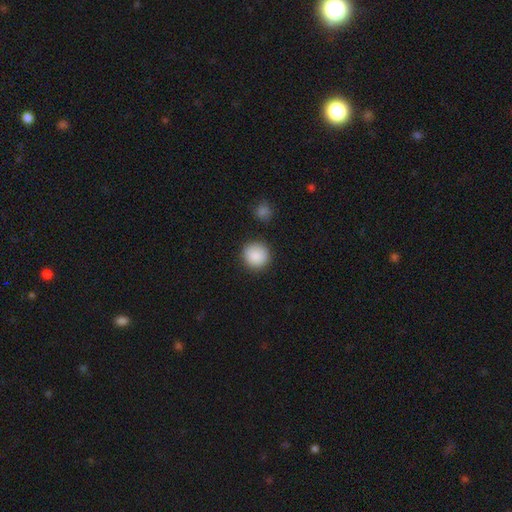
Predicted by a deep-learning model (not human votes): The model was most divided on "smooth or featured": smooth: 89%, star or artifact: 8%, featured or disk: 4%. More confident: how rounded — round (93%); merging — none (89%).